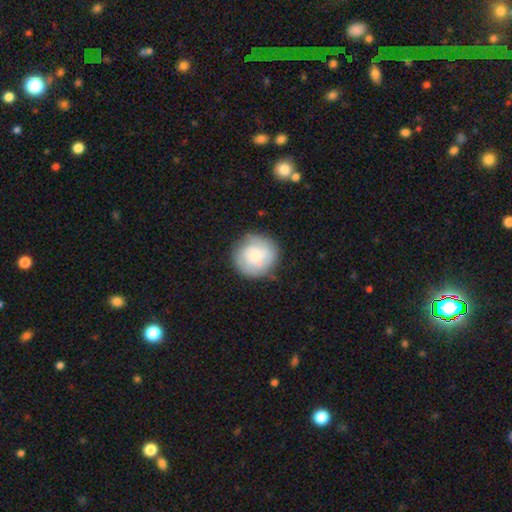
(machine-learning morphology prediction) The model was most divided on "smooth or featured": smooth: 59%, featured or disk: 35%, star or artifact: 7%. More confident: how rounded — round (91%); merging — none (75%).